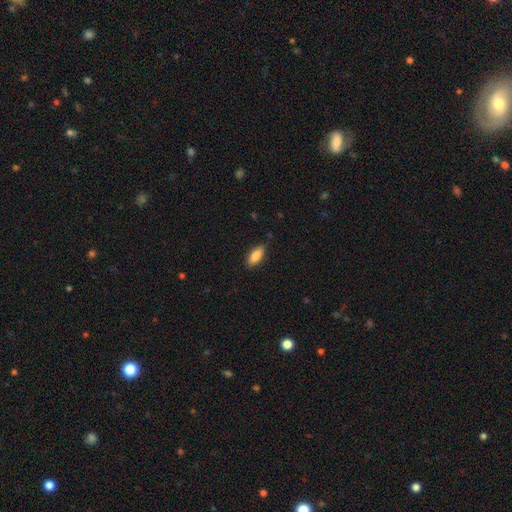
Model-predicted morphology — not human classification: Smooth or featured: smooth — 85% (featured or disk — 8%)
How rounded: in between — 84% (cigar-shaped — 14%)
Merging: none — 85% (minor disturbance — 12%)